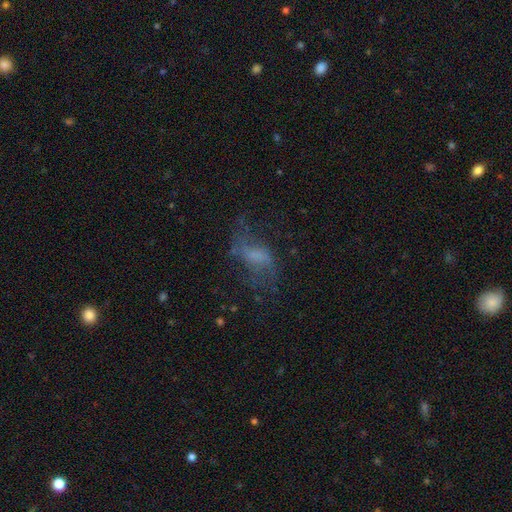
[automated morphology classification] smooth-or-featured: featured or disk: 54% | smooth: 30% | star or artifact: 15%
  disk-edge-on: no: 94% | yes: 6%
    bar: no: 46% | weak: 41% | strong: 14%
    has-spiral-arms: yes: 64% | no: 36%
    bulge-size: none: 46% | small: 25% | moderate: 20% | large: 8% | dominant: 2%
  merging: none: 48% | major disturbance: 30% | minor disturbance: 19% | merger: 3%